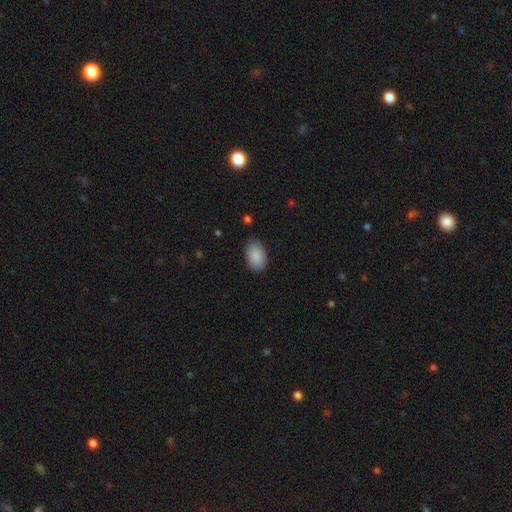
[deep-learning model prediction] smooth 90%, star or artifact 6%, featured or disk 4%. Down the decision tree: how rounded — in between (91%); merging — none (85%).